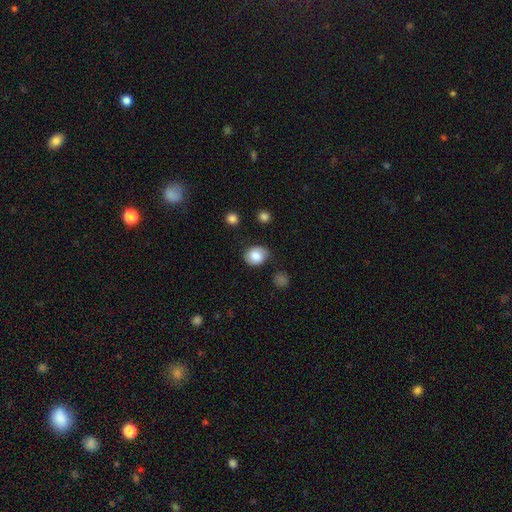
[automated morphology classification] type=smooth (76%); roundness=in between (52%); merging=none (76%).